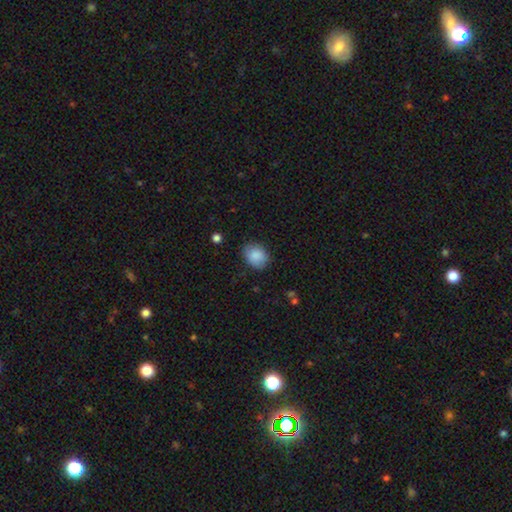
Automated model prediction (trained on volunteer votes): This is clearly a smooth galaxy (87%). How rounded: possibly in between (56%). Merging: clearly none (80%).